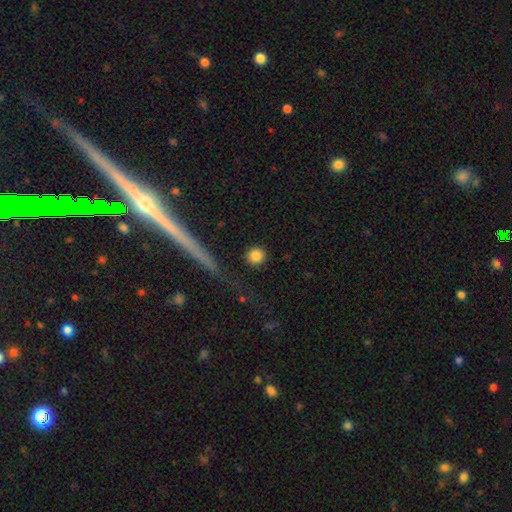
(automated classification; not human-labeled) Q: Smooth or featured?
A: smooth (84%); runner-up: star or artifact (9%)
Q: How rounded?
A: round (95%); runner-up: in between (4%)
Q: Merging?
A: none (88%); runner-up: minor disturbance (6%)